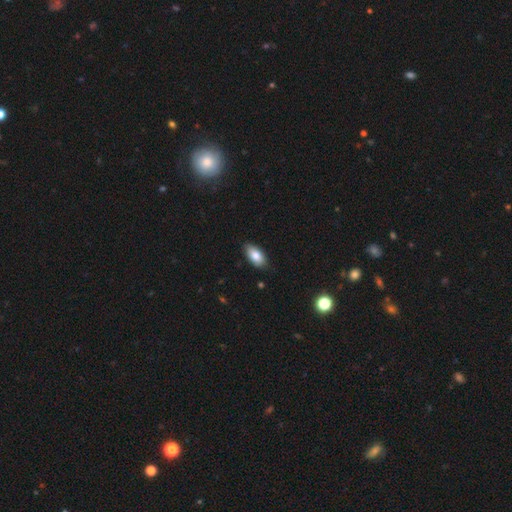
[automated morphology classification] Smooth or featured: smooth — 83% (featured or disk — 11%)
How rounded: in between — 93% (cigar-shaped — 4%)
Merging: none — 84% (minor disturbance — 13%)